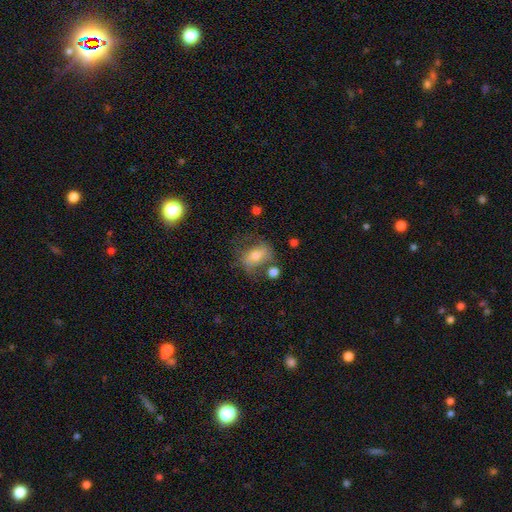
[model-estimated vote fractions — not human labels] Smooth or featured? Predicted: smooth (p=0.50). How rounded? Predicted: in between (p=0.73). Merging? Predicted: none (p=0.50).